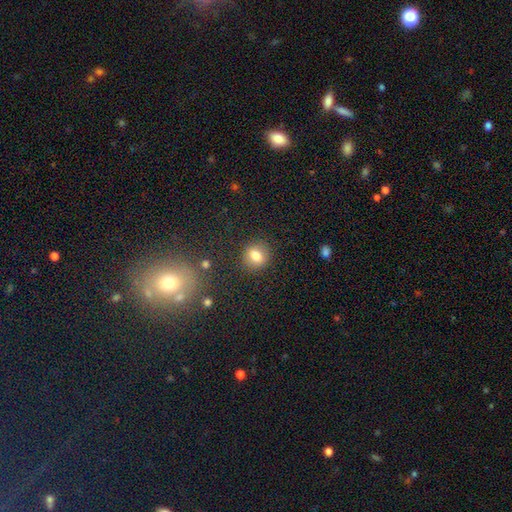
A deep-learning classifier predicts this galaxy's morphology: smooth-or-featured: smooth: 79% | star or artifact: 11% | featured or disk: 10%
  how-rounded: round: 68% | in between: 30% | cigar-shaped: 1%
  merging: none: 85% | minor disturbance: 10% | major disturbance: 3% | merger: 2%